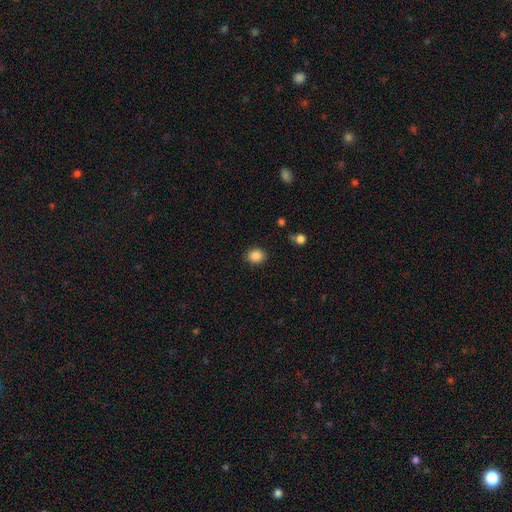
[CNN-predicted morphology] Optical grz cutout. It shows a smooth galaxy with no disk features (87%) that is round (68%). Merging: none (88%).